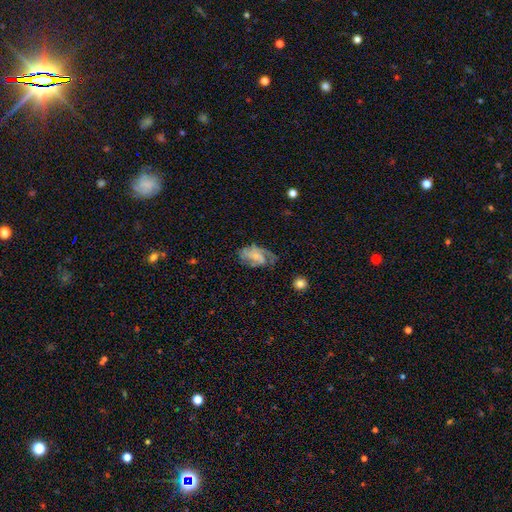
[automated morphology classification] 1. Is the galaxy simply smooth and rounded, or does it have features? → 67% featured or disk, 25% smooth, 8% star or artifact.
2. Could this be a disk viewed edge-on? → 97% no, 3% yes.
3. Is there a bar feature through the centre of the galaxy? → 64% no, 31% weak, 5% strong.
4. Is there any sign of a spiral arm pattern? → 86% yes, 14% no.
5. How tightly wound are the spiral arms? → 43% medium, 34% tight, 22% loose.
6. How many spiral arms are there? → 42% 2, 28% can't tell, 12% 1, 12% 3, 3% 4, 3% more than 4.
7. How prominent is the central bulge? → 59% small, 24% moderate, 13% none, 3% large, 1% dominant.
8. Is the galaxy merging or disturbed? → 51% none, 27% minor disturbance, 20% major disturbance, 3% merger.